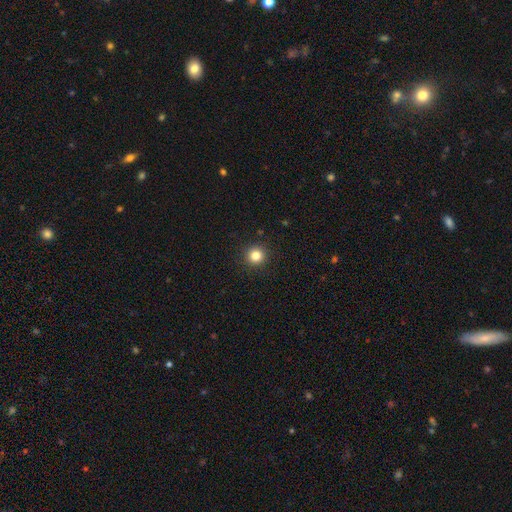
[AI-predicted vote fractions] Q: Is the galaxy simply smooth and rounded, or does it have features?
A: smooth — 82%.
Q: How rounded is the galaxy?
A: round — 95%.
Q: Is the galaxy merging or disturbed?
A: none — 93%.